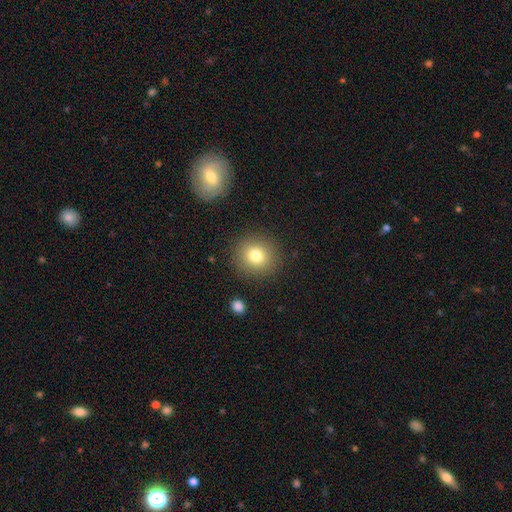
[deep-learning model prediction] smooth_or_featured: smooth (p=0.79) [alt: star or artifact p=0.11]
how_rounded: round (p=0.89) [alt: in between p=0.10]
merging: none (p=0.88) [alt: minor disturbance p=0.07]